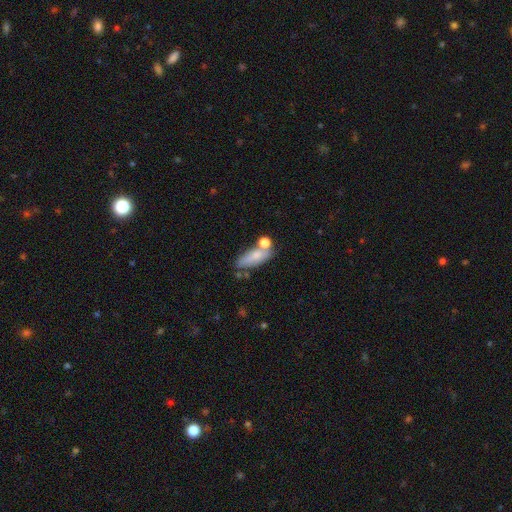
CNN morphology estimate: A smooth galaxy with no disk features (71%) that is in between round and cigar-shaped (71%). Merging: none (43%).